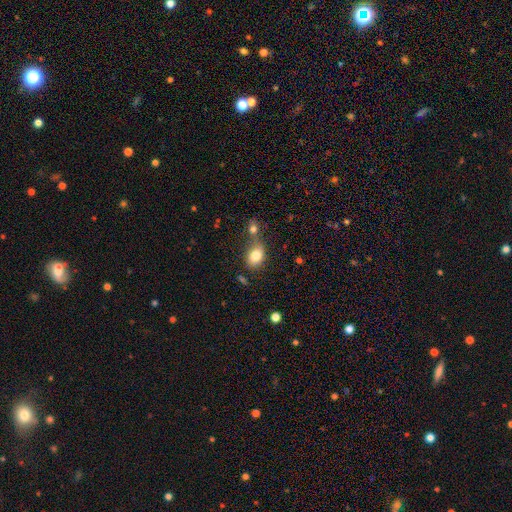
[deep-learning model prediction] Smooth or featured? Predicted: smooth (p=0.82). How rounded? Predicted: in between (p=0.68). Merging? Predicted: none (p=0.48).